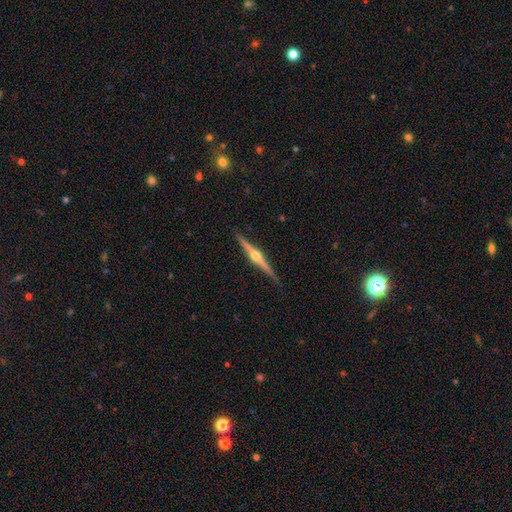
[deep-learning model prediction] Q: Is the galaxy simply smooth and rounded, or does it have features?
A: featured or disk — 87%.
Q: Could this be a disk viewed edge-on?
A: yes — 99%.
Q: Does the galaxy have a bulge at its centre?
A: rounded — 96%.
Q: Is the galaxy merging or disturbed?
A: none — 91%.